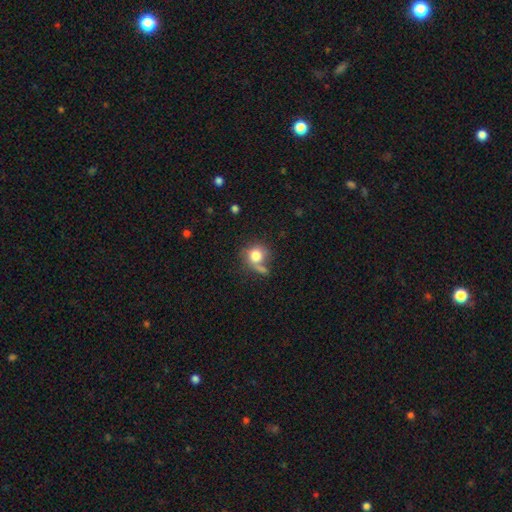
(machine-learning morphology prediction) A smooth galaxy with no disk features (77%) that is round (79%). Merging: none (46%).